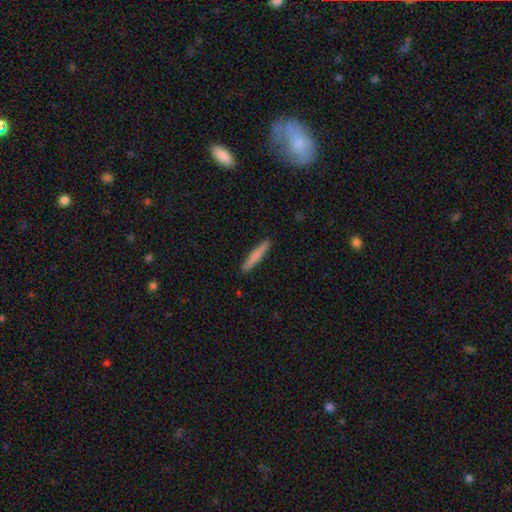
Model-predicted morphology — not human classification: The model was most divided on "smooth or featured": smooth: 75%, featured or disk: 19%, star or artifact: 6%. More confident: how rounded — cigar-shaped (95%); merging — none (91%).